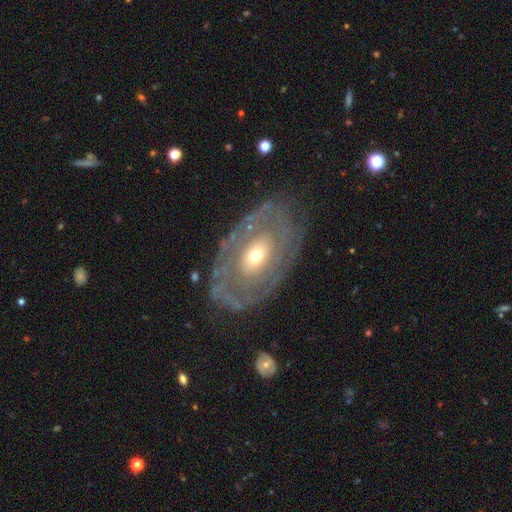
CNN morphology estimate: featured or disk 75%, smooth 20%, star or artifact 6%. Down the decision tree: edge-on disk — no (93%); bar — no (83%); spiral arms — yes (56%); bulge size — moderate (54%); merging — none (73%).